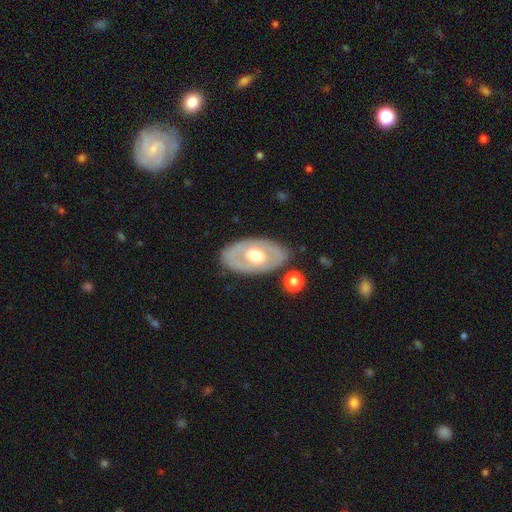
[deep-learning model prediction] A featured or disk galaxy (55%). Merging: none (80%).